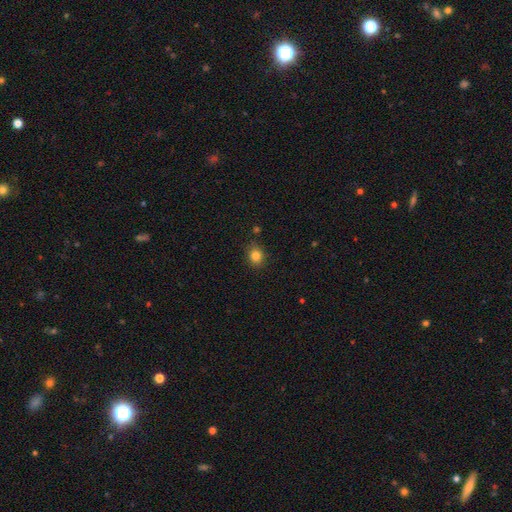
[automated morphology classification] Smooth or featured? Predicted: smooth (p=0.83). How rounded? Predicted: round (p=0.66). Merging? Predicted: none (p=0.84).